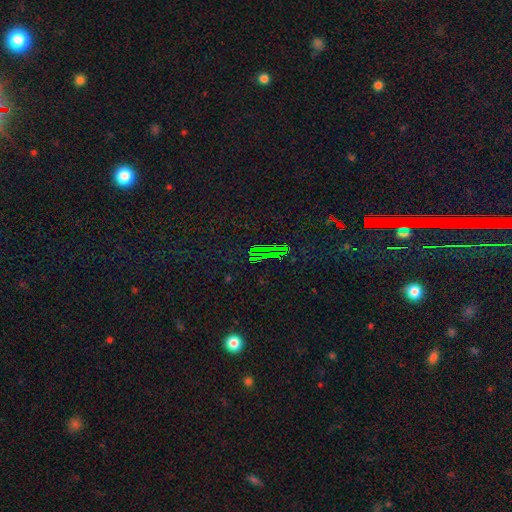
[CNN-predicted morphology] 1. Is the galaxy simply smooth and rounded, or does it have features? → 77% star or artifact, 13% smooth, 9% featured or disk.